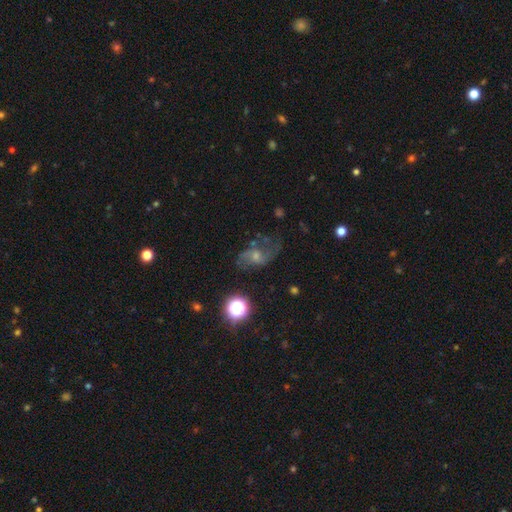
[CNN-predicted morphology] smooth-or-featured: featured or disk: 62% | star or artifact: 19% | smooth: 19%
  disk-edge-on: no: 95% | yes: 5%
    bar: no: 59% | weak: 34% | strong: 7%
    has-spiral-arms: yes: 85% | no: 15%
      spiral-winding: loose: 53% | medium: 36% | tight: 12%
      spiral-arm-count: 2: 67% | can't tell: 16% | 1: 8% | 3: 5% | 4: 2% | more than 4: 2%
    bulge-size: small: 49% | moderate: 40% | none: 6% | large: 3% | dominant: 1%
  merging: none: 57% | minor disturbance: 21% | major disturbance: 19% | merger: 3%